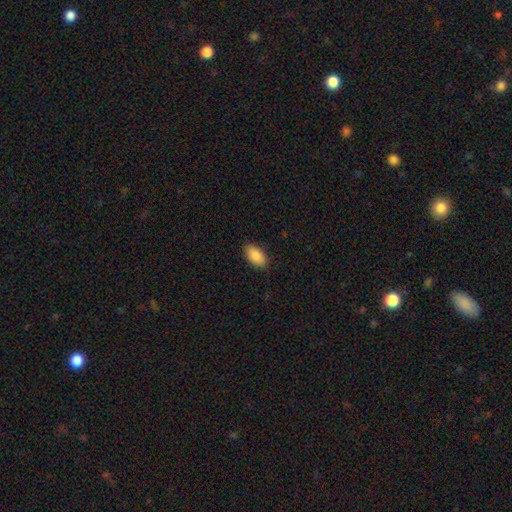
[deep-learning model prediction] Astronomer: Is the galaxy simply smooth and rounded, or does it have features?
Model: smooth — 88%.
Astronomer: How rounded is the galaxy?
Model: in between — 94%.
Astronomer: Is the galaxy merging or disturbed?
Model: none — 86%.